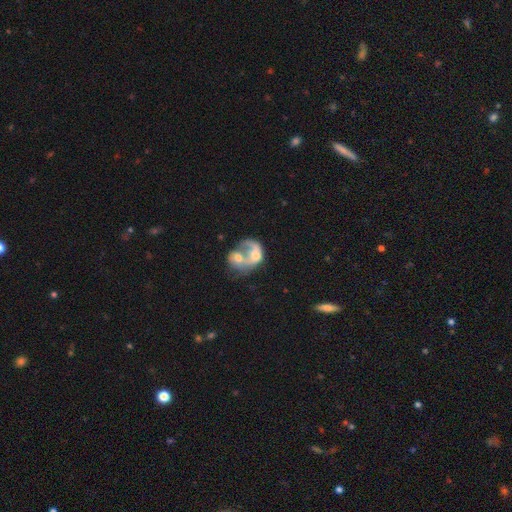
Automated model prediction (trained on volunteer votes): A featured or disk galaxy (57%) with no bar (81%), no spiral arms (56%) and a moderate central bulge (54%).

Vote fractions:
- Smooth or featured? featured or disk: 57% / smooth: 35% / star or artifact: 8%
- Edge-on disk? no: 97% / yes: 3%
- Bar? no: 81% / weak: 15% / strong: 4%
- Spiral arms? no: 56% / yes: 44%
- Bulge size? moderate: 54% / small: 19% / large: 13% / none: 11% / dominant: 3%
- Merging? merger: 75% / major disturbance: 12% / none: 8% / minor disturbance: 5%